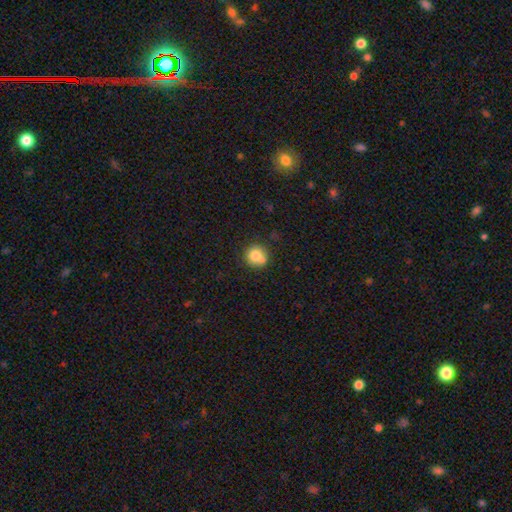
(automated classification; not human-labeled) This is likely a smooth galaxy (77%). How rounded: clearly round (90%). Merging: likely none (62%).